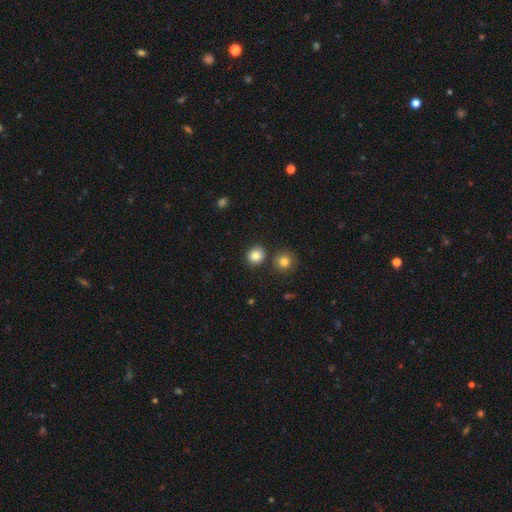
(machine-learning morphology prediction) The model was most divided on "how rounded": round: 84%, in between: 15%, cigar-shaped: 1%. More confident: merging — none (83%); smooth or featured — smooth (83%).